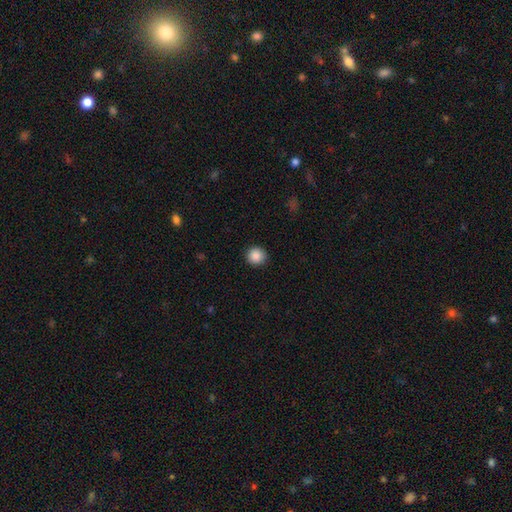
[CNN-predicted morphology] type=smooth (88%); roundness=round (92%); merging=none (91%).